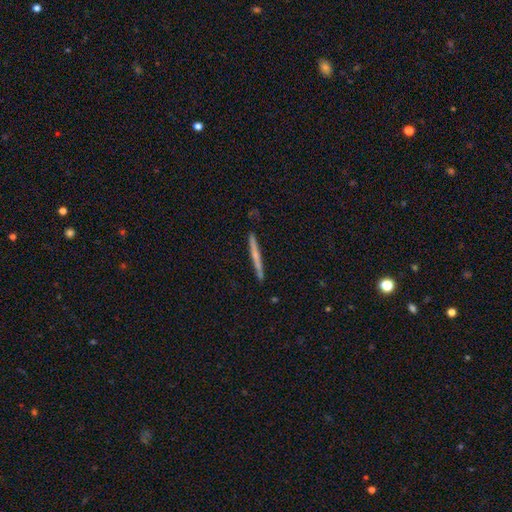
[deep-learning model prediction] Q: Smooth or featured?
A: featured or disk (54%); runner-up: smooth (40%)
Q: Edge-on disk?
A: yes (97%); runner-up: no (3%)
Q: Edge-on bulge?
A: none (63%); runner-up: rounded (31%)
Q: Merging?
A: none (89%); runner-up: minor disturbance (8%)